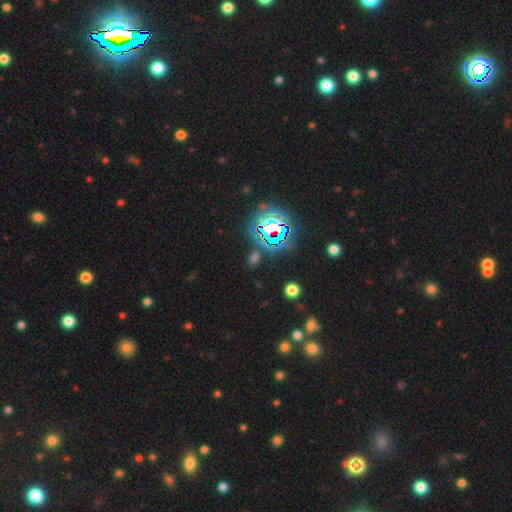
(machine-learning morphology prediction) A star or artifact, not a galaxy (76%).

Vote fractions:
- Smooth or featured? star or artifact: 76% / smooth: 16% / featured or disk: 8%